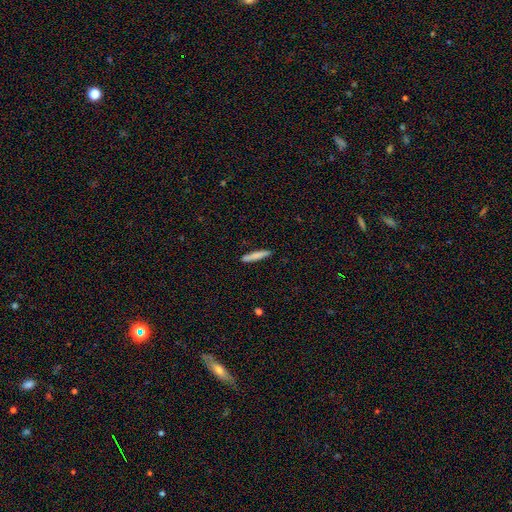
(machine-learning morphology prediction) The model was most divided on "smooth or featured": smooth: 80%, featured or disk: 14%, star or artifact: 6%. More confident: how rounded — cigar-shaped (92%); merging — none (90%).